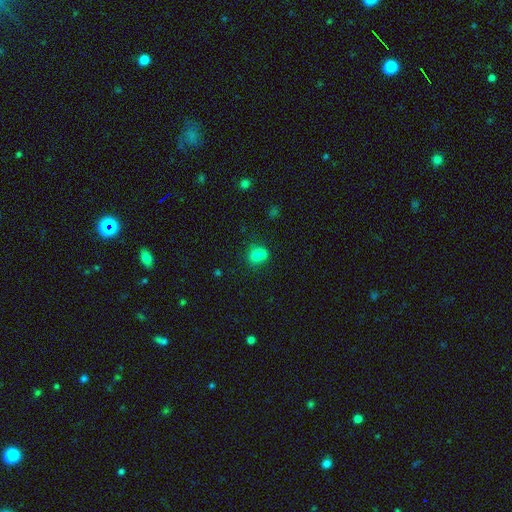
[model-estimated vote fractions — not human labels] Smooth or featured? smooth (71%)
How rounded? round (68%)
Merging? merger (60%)